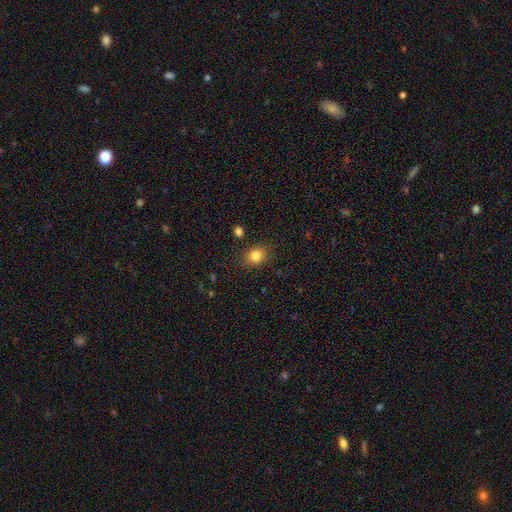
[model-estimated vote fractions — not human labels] The model was most divided on "how rounded": round: 63%, in between: 36%, cigar-shaped: 1%. More confident: merging — none (86%); smooth or featured — smooth (83%).